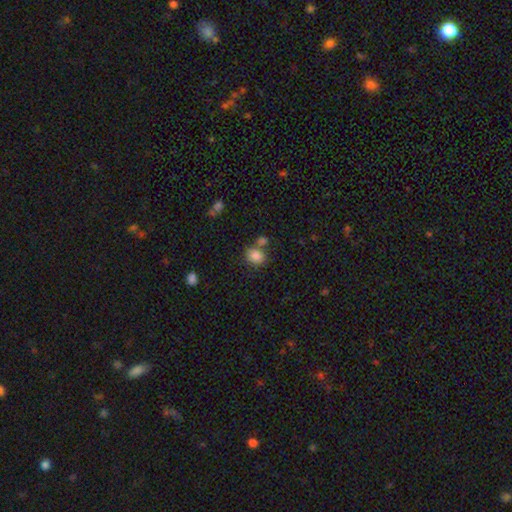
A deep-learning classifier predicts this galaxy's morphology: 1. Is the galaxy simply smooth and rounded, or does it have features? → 84% smooth, 10% star or artifact, 7% featured or disk.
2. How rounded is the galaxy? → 58% round, 41% in between, 1% cigar-shaped.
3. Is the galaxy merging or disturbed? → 63% none, 21% merger, 12% minor disturbance, 4% major disturbance.